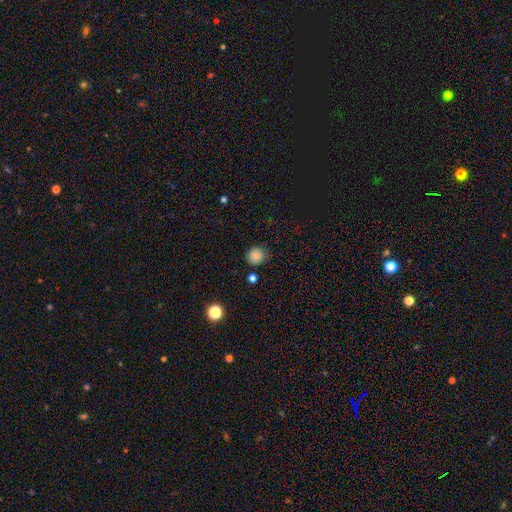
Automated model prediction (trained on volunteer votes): A smooth galaxy with no disk features (84%) that is round (89%). Merging: none (80%).